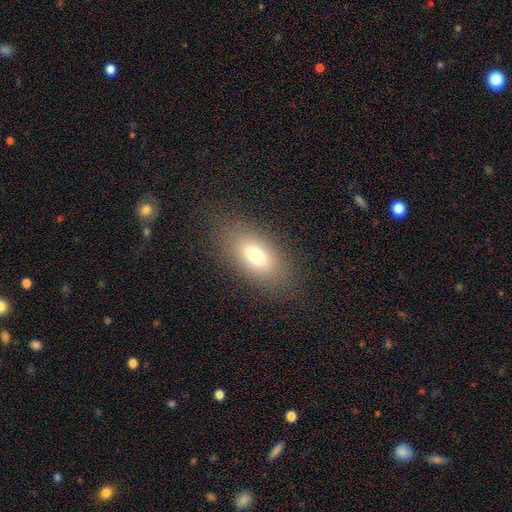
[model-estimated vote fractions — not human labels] smooth_or_featured: smooth (p=0.73) [alt: featured or disk p=0.15]
how_rounded: in between (p=0.86) [alt: round p=0.09]
merging: none (p=0.83) [alt: minor disturbance p=0.11]